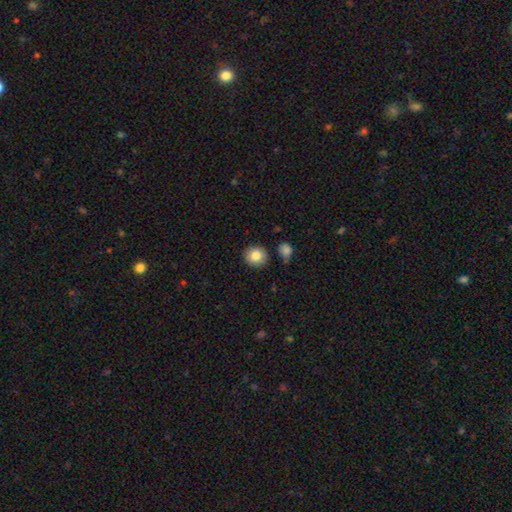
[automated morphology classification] smooth_or_featured: smooth (p=0.84) [alt: star or artifact p=0.09]
how_rounded: round (p=0.88) [alt: in between p=0.11]
merging: none (p=0.85) [alt: minor disturbance p=0.09]